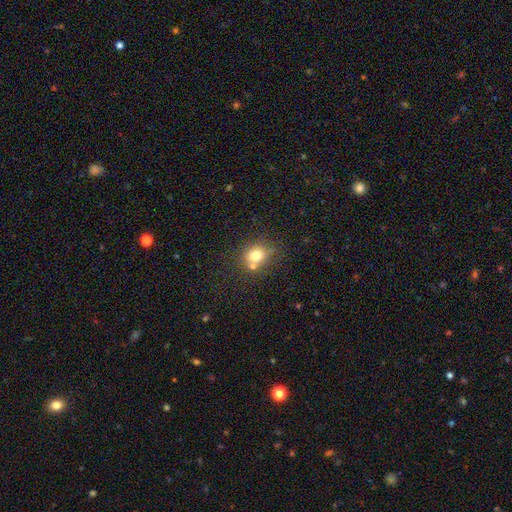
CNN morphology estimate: Smooth or featured? Predicted: smooth (p=0.73). How rounded? Predicted: round (p=0.72). Merging? Predicted: none (p=0.55).